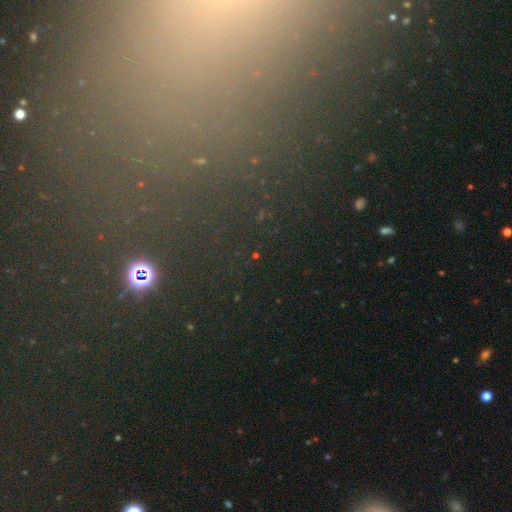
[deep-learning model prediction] Smooth or featured: star or artifact — 72% (smooth — 17%)